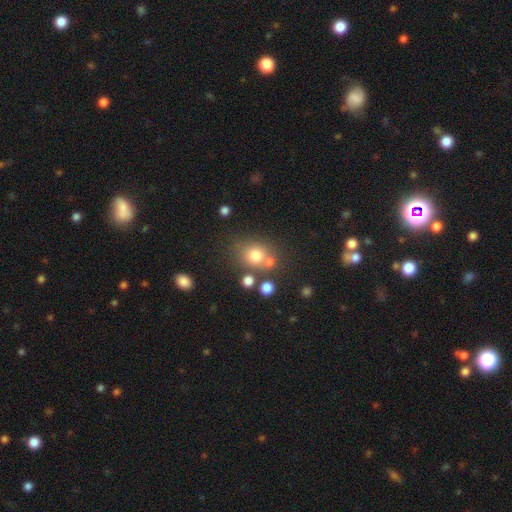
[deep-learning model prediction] This appears to be a smooth galaxy with no disk features (73%) that is round (74%). Merging: none (60%).